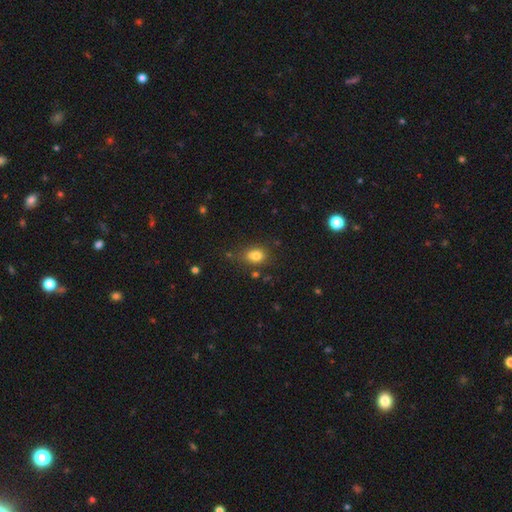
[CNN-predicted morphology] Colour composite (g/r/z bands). It shows a smooth galaxy with no disk features (77%) that is in between round and cigar-shaped (60%). Merging: none (58%).